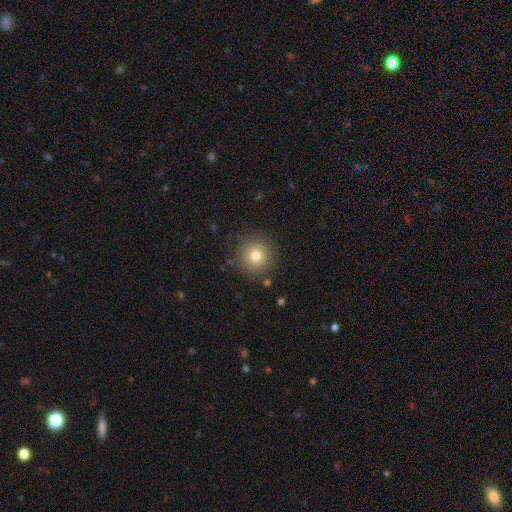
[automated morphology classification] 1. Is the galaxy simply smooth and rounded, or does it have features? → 78% smooth, 12% star or artifact, 10% featured or disk.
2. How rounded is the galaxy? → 94% round, 5% in between, 1% cigar-shaped.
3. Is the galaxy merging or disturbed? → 87% none, 8% minor disturbance, 3% major disturbance, 2% merger.